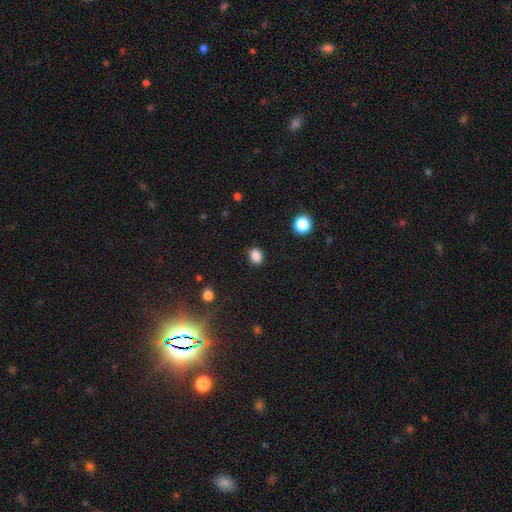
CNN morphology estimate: Smooth or featured: smooth — 86% (star or artifact — 11%)
How rounded: in between — 53% (round — 46%)
Merging: none — 85% (minor disturbance — 10%)